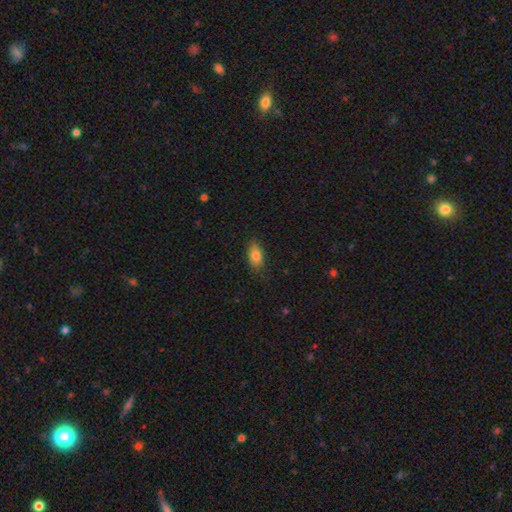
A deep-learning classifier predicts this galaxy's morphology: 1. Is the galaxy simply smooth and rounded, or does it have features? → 81% smooth, 10% featured or disk, 8% star or artifact.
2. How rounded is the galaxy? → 87% in between, 7% round, 6% cigar-shaped.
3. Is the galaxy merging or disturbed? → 79% none, 17% minor disturbance, 4% major disturbance, 1% merger.